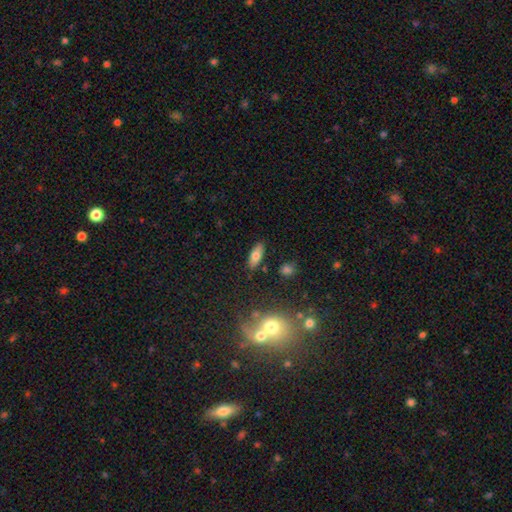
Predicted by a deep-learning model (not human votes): smooth 71%, featured or disk 20%, star or artifact 9%. Down the decision tree: how rounded — in between (75%); merging — none (85%).